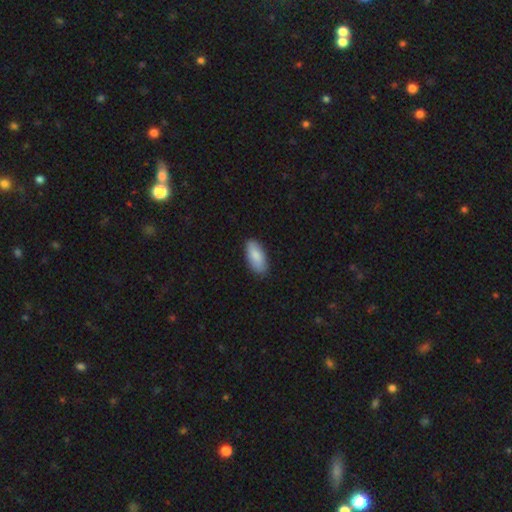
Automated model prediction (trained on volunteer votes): Smooth or featured?
  - smooth: 86% *
  - featured or disk: 8%
  - star or artifact: 6%
How rounded?
  - in between: 88% *
  - cigar-shaped: 10%
  - round: 2%
Merging?
  - none: 86% *
  - minor disturbance: 11%
  - major disturbance: 2%
  - merger: 1%